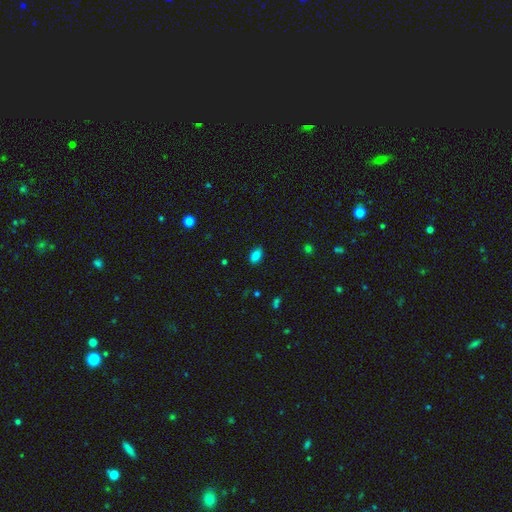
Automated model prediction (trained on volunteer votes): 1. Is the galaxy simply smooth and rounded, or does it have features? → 84% smooth, 11% star or artifact, 5% featured or disk.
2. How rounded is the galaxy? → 89% in between, 8% round, 3% cigar-shaped.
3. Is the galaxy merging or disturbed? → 85% none, 11% minor disturbance, 2% major disturbance, 1% merger.